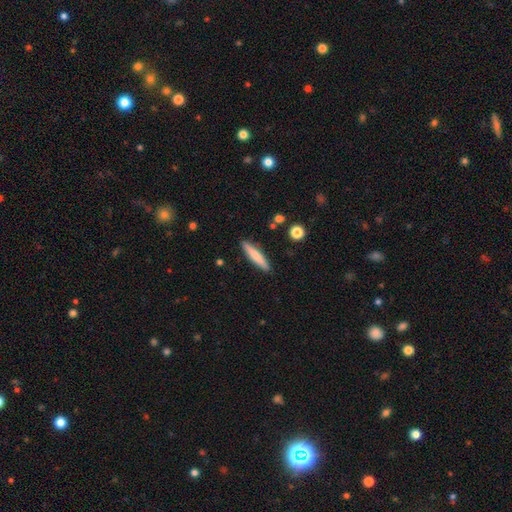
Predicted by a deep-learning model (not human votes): A smooth galaxy with no disk features (69%) that is cigar-shaped (88%).

Vote fractions:
- Smooth or featured? smooth: 69% / featured or disk: 25% / star or artifact: 6%
- How rounded? cigar-shaped: 88% / in between: 10% / round: 1%
- Merging? none: 89% / minor disturbance: 8% / major disturbance: 2% / merger: 2%